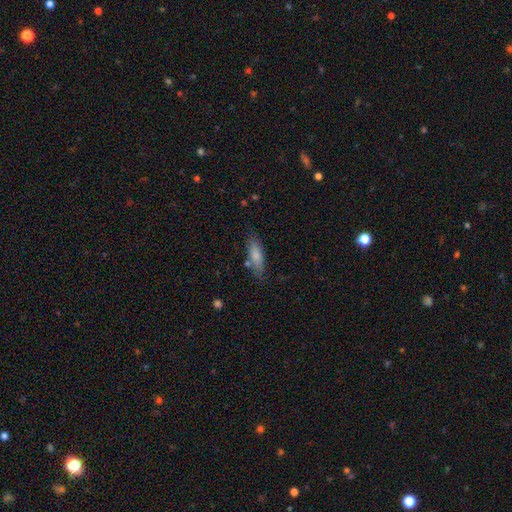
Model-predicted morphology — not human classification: The model was most divided on "how rounded": cigar-shaped: 50%, in between: 48%, round: 2%. More confident: smooth or featured — smooth (77%); merging — none (75%).